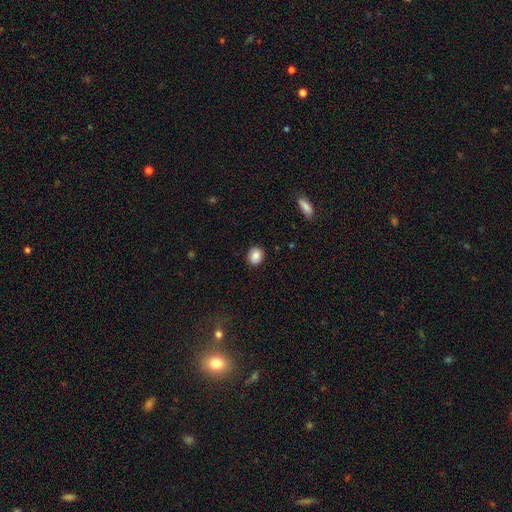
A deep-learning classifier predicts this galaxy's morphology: Smooth or featured: smooth — 84% (star or artifact — 8%)
How rounded: round — 70% (in between — 29%)
Merging: none — 89% (minor disturbance — 8%)